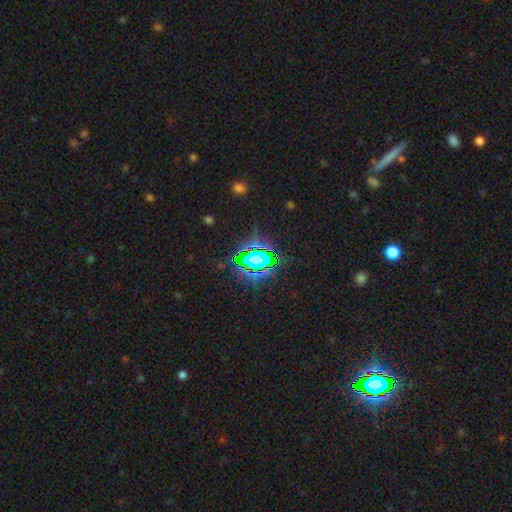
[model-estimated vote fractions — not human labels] Smooth or featured: star or artifact — 74% (smooth — 14%)